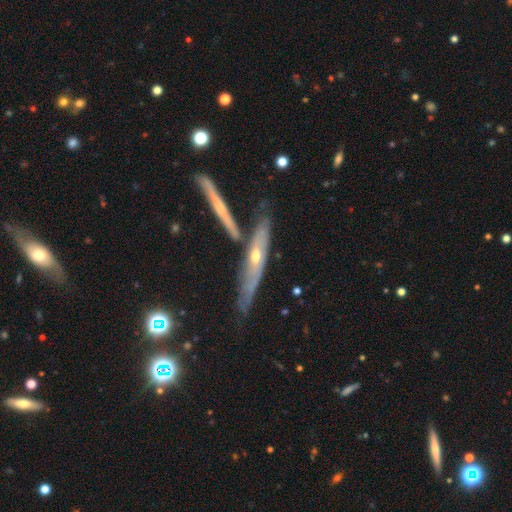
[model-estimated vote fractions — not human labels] Smooth or featured? Predicted: featured or disk (p=0.77). Edge-on disk? Predicted: yes (p=0.92). Edge-on bulge? Predicted: rounded (p=0.73). Merging? Predicted: none (p=0.71).